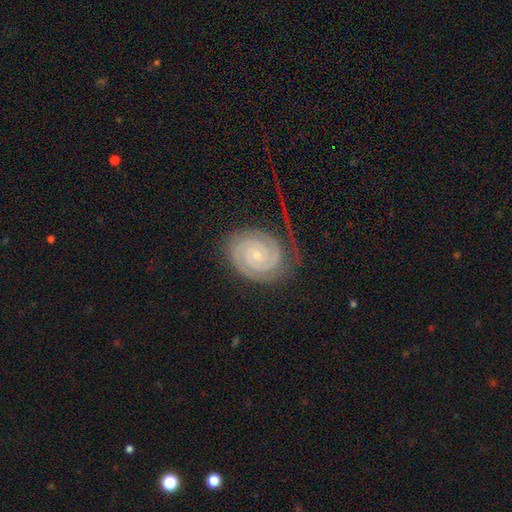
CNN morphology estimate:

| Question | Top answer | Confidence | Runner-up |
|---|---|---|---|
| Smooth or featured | featured or disk | 92% | star or artifact (5%) |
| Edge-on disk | no | 98% | yes (2%) |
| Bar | no | 71% | weak (21%) |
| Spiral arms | yes | 99% | no (1%) |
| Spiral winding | tight | 86% | medium (12%) |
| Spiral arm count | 2 | 74% | 3 (11%) |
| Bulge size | small | 80% | moderate (16%) |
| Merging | none | 73% | minor disturbance (16%) |